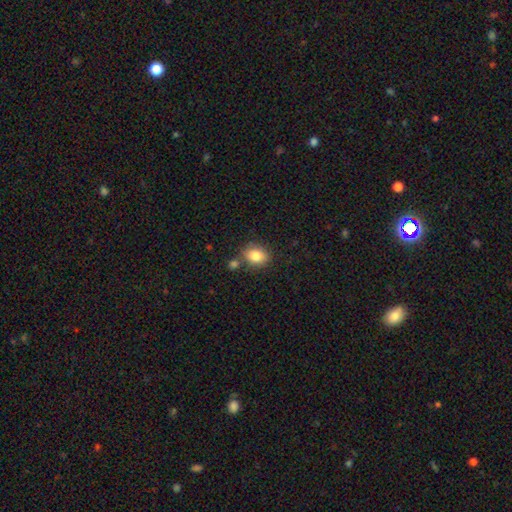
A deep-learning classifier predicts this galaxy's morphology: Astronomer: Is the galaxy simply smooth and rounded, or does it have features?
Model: smooth — 82%.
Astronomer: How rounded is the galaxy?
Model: in between — 54% (runner-up: round, 44%).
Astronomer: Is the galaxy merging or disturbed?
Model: none — 72%.